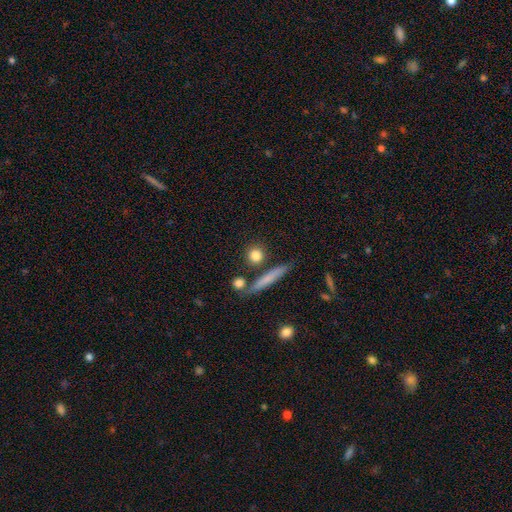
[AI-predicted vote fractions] Q: Smooth or featured?
A: smooth (80%); runner-up: featured or disk (11%)
Q: How rounded?
A: round (76%); runner-up: cigar-shaped (12%)
Q: Merging?
A: none (79%); runner-up: merger (9%)